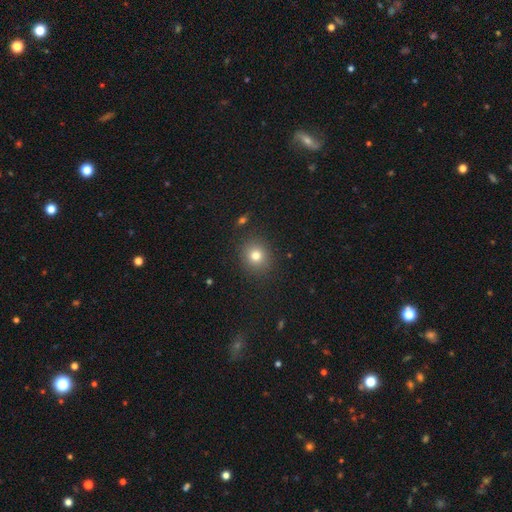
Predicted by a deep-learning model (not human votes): smooth-or-featured: smooth: 79% | star or artifact: 13% | featured or disk: 8%
  how-rounded: round: 80% | in between: 19% | cigar-shaped: 1%
  merging: none: 88% | minor disturbance: 8% | major disturbance: 3% | merger: 2%